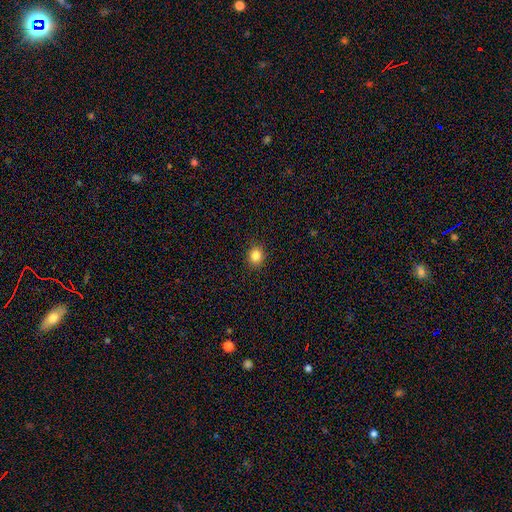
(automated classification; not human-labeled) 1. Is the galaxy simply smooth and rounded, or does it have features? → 84% smooth, 11% star or artifact, 5% featured or disk.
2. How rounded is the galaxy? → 73% round, 26% in between, 1% cigar-shaped.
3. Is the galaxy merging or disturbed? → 91% none, 7% minor disturbance, 2% major disturbance, 1% merger.